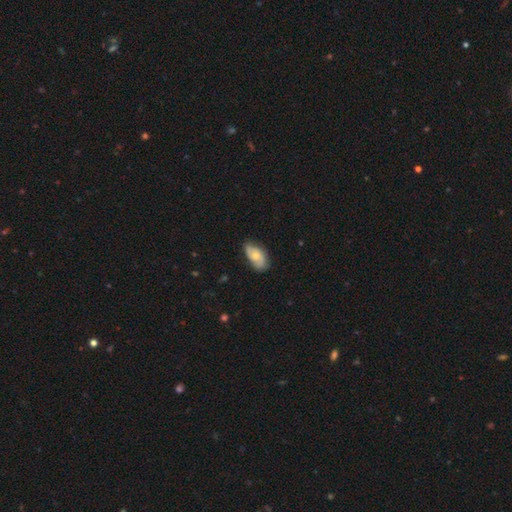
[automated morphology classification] smooth-or-featured: smooth: 52% | featured or disk: 42% | star or artifact: 6%
  how-rounded: in between: 92% | round: 5% | cigar-shaped: 3%
  merging: none: 67% | minor disturbance: 26% | major disturbance: 5% | merger: 1%